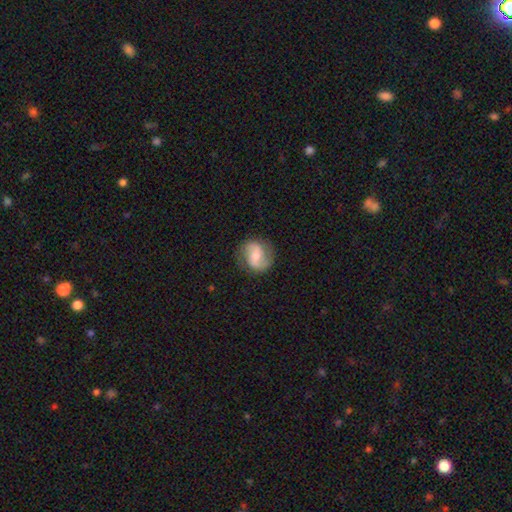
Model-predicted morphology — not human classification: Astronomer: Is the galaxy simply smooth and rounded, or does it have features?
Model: featured or disk — 74%.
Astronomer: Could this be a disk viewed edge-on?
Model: no — 98%.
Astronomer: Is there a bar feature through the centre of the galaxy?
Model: weak — 43% (runner-up: no, 42%).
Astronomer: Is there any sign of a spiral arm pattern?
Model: yes — 93%.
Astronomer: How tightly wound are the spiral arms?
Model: medium — 50% (runner-up: loose, 28%).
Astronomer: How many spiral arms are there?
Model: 2 — 90%.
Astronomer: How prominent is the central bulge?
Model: moderate — 59% (runner-up: small, 34%).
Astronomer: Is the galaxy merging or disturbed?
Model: none — 82%.